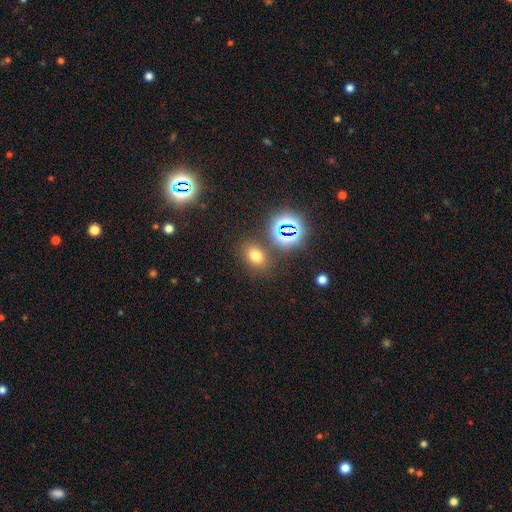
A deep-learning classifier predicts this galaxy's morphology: A smooth galaxy with no disk features (67%) that is in between round and cigar-shaped (58%). Merging: none (80%).